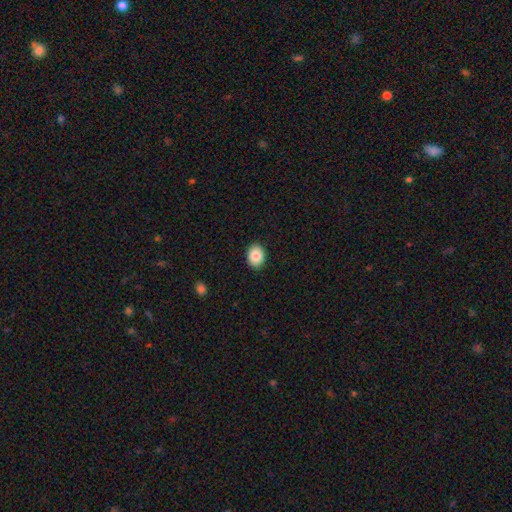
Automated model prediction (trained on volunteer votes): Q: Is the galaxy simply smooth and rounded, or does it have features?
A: smooth — 87%.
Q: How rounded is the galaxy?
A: in between — 64%.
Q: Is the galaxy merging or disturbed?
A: none — 90%.